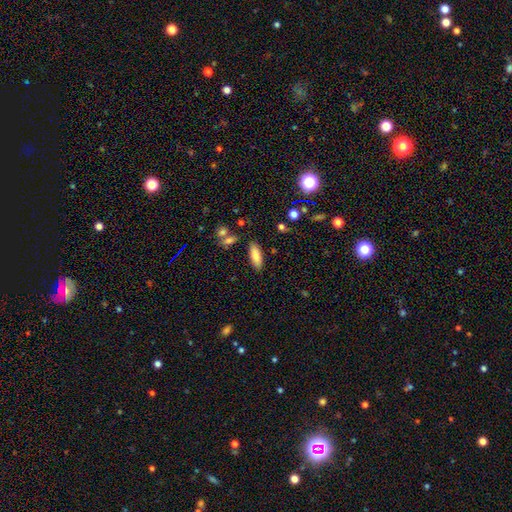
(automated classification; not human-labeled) Smooth or featured? smooth (82%)
How rounded? in between (69%)
Merging? none (82%)